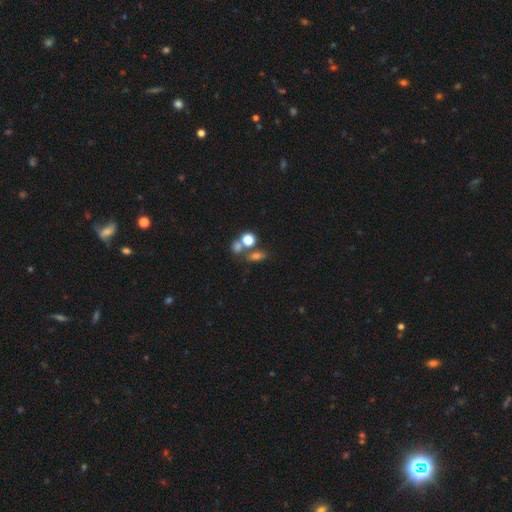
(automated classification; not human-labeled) Smooth or featured?
  - smooth: 55% *
  - star or artifact: 26%
  - featured or disk: 20%
How rounded?
  - in between: 59% *
  - round: 30%
  - cigar-shaped: 11%
Merging?
  - none: 55% *
  - merger: 28%
  - minor disturbance: 11%
  - major disturbance: 6%